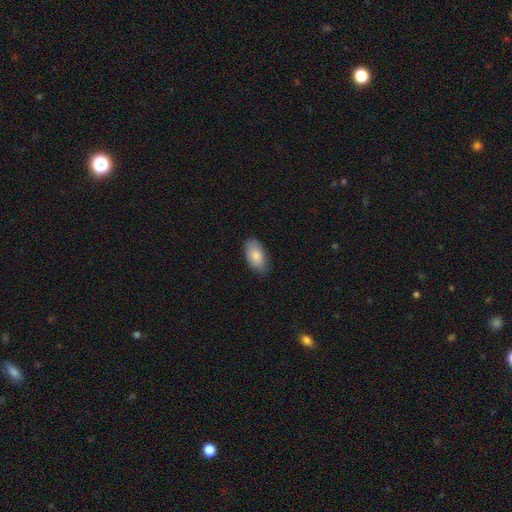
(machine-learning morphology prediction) Overall: smooth (84%). How rounded: in between (95%). Merging: none (82%).